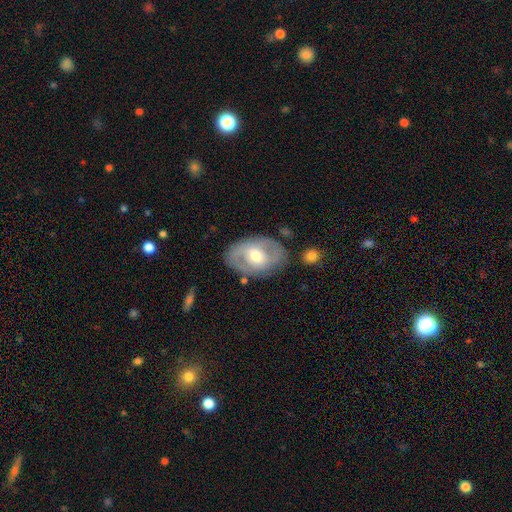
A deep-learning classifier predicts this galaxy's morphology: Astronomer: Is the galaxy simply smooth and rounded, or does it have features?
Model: featured or disk — 67%.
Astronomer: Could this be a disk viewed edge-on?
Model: no — 94%.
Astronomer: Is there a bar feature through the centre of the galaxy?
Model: no — 43% (runner-up: weak, 42%).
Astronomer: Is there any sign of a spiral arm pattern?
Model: yes — 69%.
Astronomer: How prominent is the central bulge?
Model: moderate — 68%.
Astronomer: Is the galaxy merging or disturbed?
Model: none — 76%.